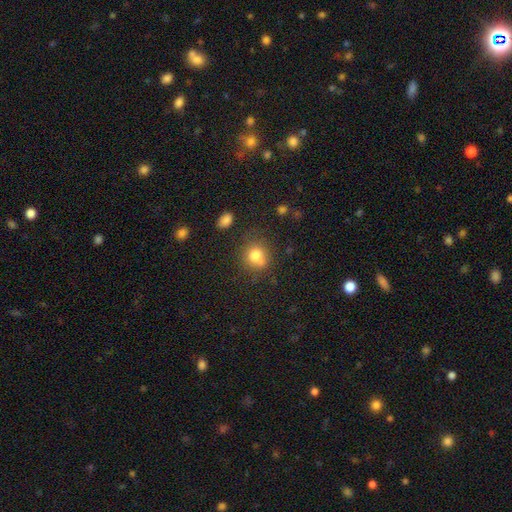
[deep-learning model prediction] This is likely a smooth galaxy (79%). How rounded: likely round (77%). Merging: likely none (63%).